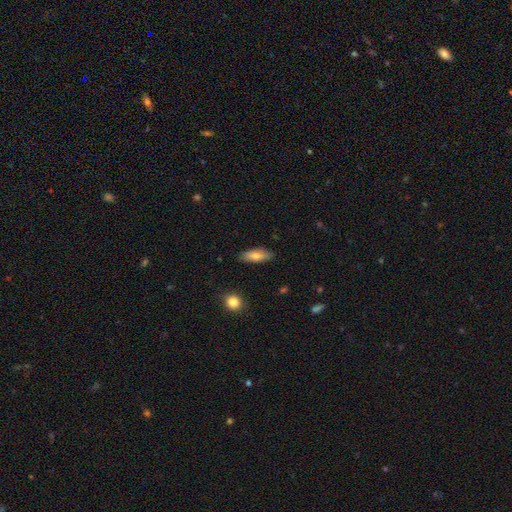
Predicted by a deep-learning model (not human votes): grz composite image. It shows a smooth galaxy with no disk features (76%) that is in between round and cigar-shaped (68%). Merging: none (86%).